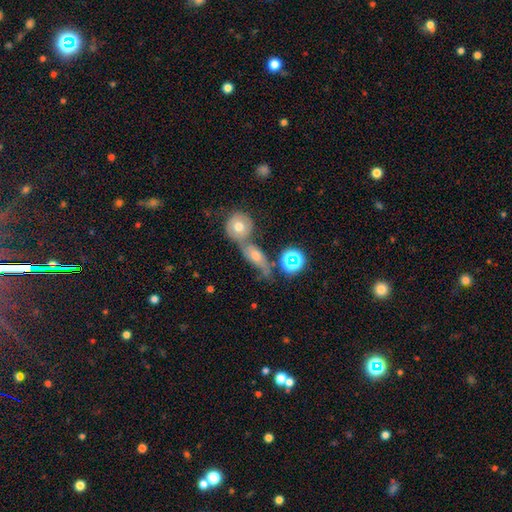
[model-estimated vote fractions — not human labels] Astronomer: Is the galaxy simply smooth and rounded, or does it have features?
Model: featured or disk — 45% (runner-up: smooth, 39%).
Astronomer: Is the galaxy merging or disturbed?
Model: merger — 42% (runner-up: none, 33%).